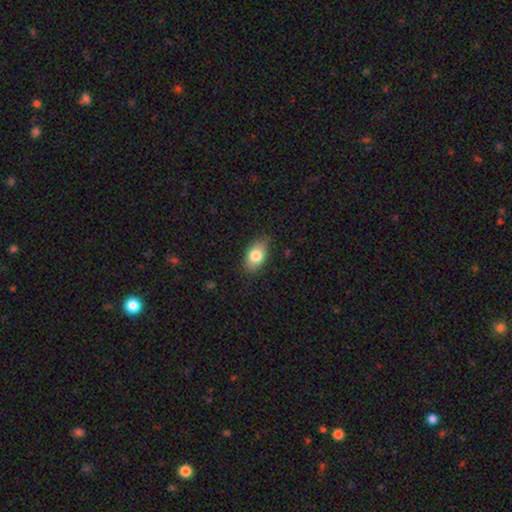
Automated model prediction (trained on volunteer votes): Morphology: type=smooth (80%); roundness=in between (88%); merging=none (82%).